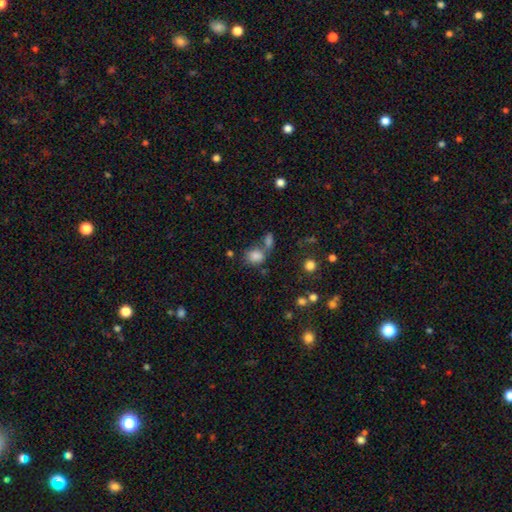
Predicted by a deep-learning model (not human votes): A smooth galaxy with no disk features (81%) that is in between round and cigar-shaped (49%, tied with round).

Vote fractions:
- Smooth or featured? smooth: 81% / star or artifact: 11% / featured or disk: 7%
- How rounded? in between: 49% (tied) / round: 49% (tied) / cigar-shaped: 1%
- Merging? none: 47% / merger: 35% / minor disturbance: 12% / major disturbance: 6%